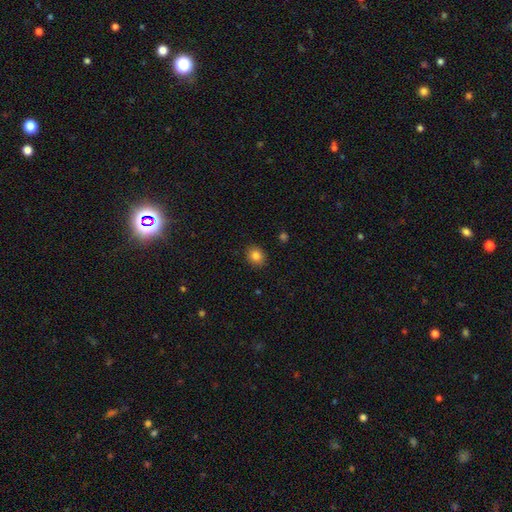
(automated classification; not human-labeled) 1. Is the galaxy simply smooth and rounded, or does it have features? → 84% smooth, 11% star or artifact, 6% featured or disk.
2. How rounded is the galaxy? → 70% round, 29% in between, 1% cigar-shaped.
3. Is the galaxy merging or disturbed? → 90% none, 7% minor disturbance, 2% major disturbance, 1% merger.